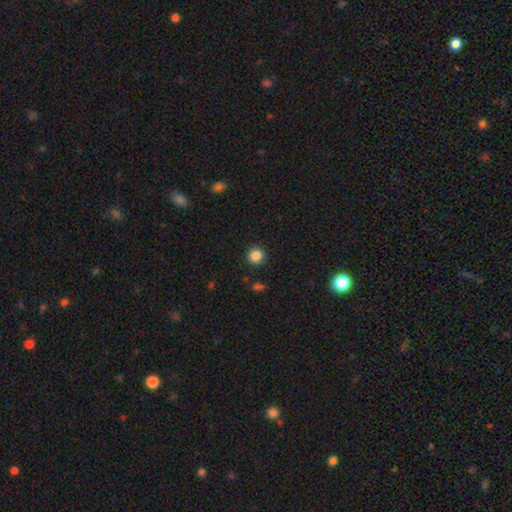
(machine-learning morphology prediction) A smooth galaxy with no disk features (85%) that is round (95%).

Vote fractions:
- Smooth or featured? smooth: 85% / star or artifact: 11% / featured or disk: 4%
- How rounded? round: 95% / in between: 4% / cigar-shaped: 1%
- Merging? none: 92% / minor disturbance: 5% / major disturbance: 2% / merger: 1%